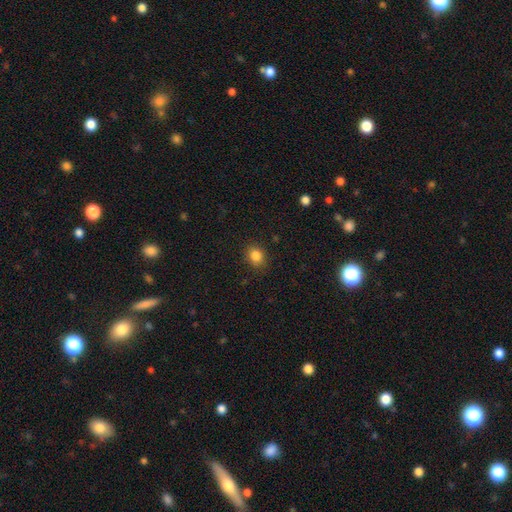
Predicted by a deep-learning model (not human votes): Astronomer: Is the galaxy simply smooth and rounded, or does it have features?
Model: smooth — 85%.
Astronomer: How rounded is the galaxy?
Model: round — 62% (runner-up: in between, 37%).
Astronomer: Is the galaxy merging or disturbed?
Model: none — 88%.